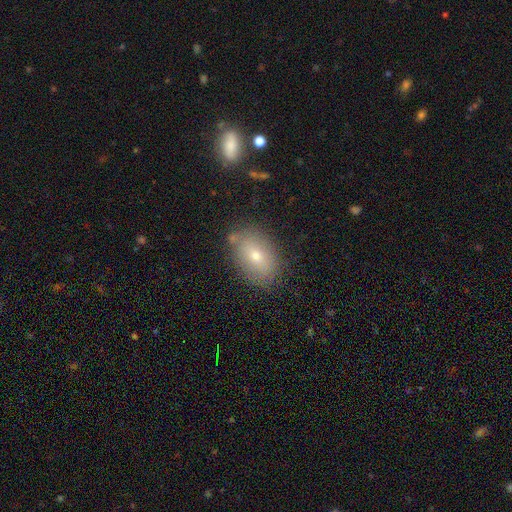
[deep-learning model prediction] This is likely a smooth galaxy (69%). How rounded: clearly in between (85%). Merging: likely none (79%).